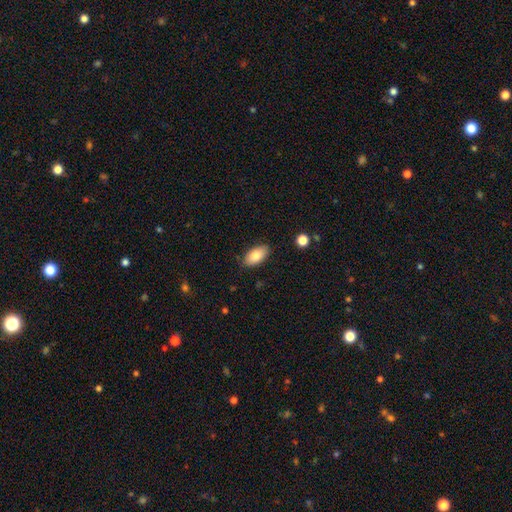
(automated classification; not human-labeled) Overall: smooth (82%). How rounded: in between (93%). Merging: none (85%).